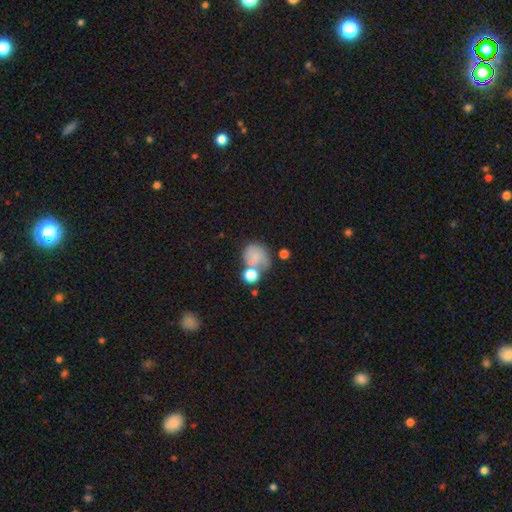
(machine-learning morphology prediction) The model was most divided on "merging": none: 34%, merger: 30%, minor disturbance: 20%, major disturbance: 16%. More confident: how rounded — round (69%); smooth or featured — smooth (67%).